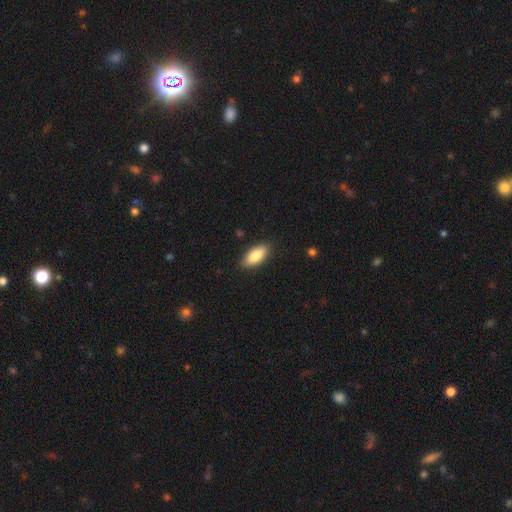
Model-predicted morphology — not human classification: Smooth or featured?
  - smooth: 83% *
  - featured or disk: 11%
  - star or artifact: 6%
How rounded?
  - in between: 86% *
  - cigar-shaped: 12%
  - round: 2%
Merging?
  - none: 87% *
  - minor disturbance: 10%
  - major disturbance: 2%
  - merger: 1%